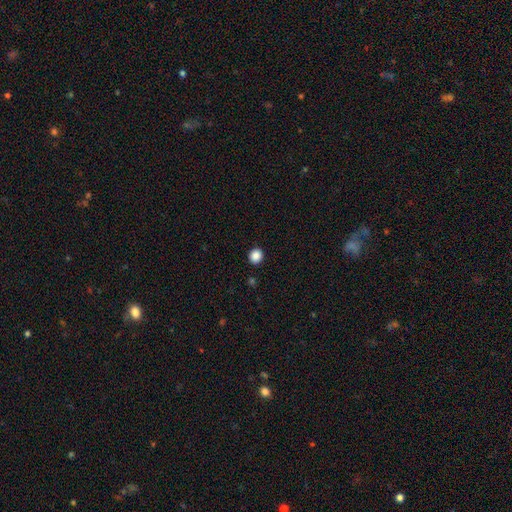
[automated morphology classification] A smooth galaxy with no disk features (88%) that is round (83%). Merging: none (92%).